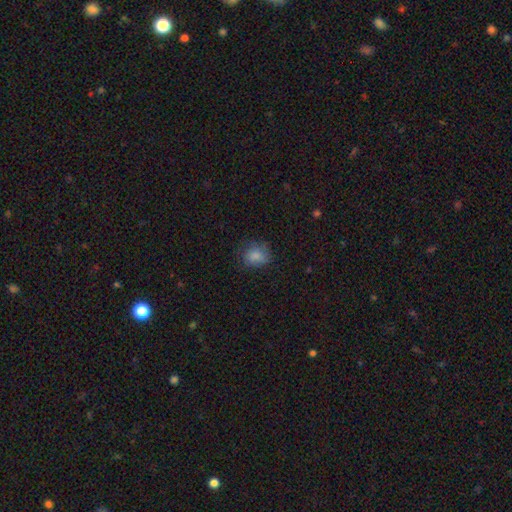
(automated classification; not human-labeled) Smooth or featured? smooth (81%)
How rounded? round (63%)
Merging? none (67%)